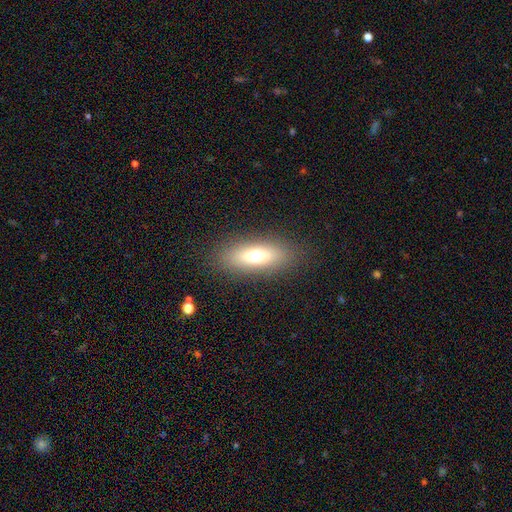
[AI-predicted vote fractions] Morphology: type=smooth (68%); roundness=in between (66%); merging=none (86%).